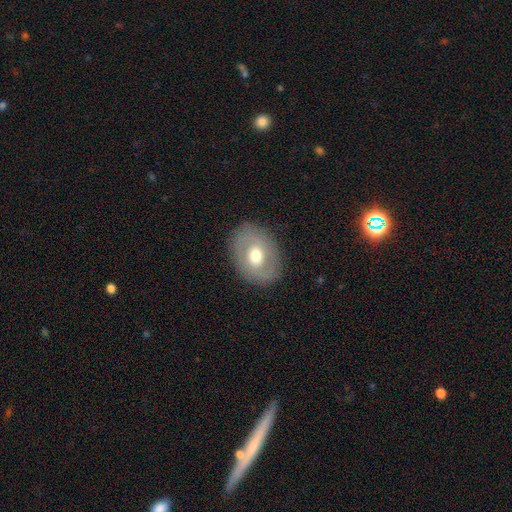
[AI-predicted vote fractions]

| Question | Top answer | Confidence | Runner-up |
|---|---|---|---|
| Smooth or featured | smooth | 50% | featured or disk (43%) |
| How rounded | in between | 71% | round (28%) |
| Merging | none | 83% | minor disturbance (11%) |